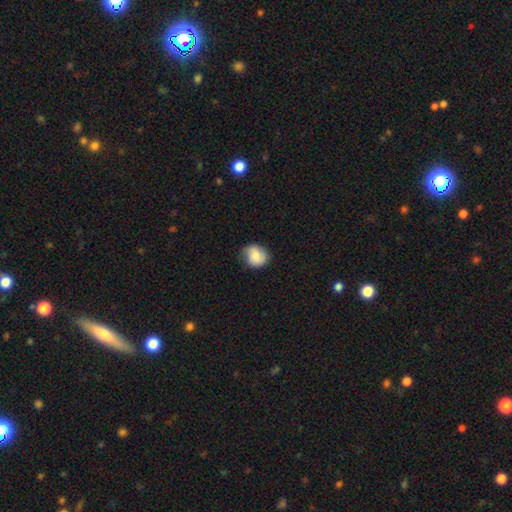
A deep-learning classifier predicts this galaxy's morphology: A smooth galaxy with no disk features (75%) that is round (74%). Merging: none (73%).